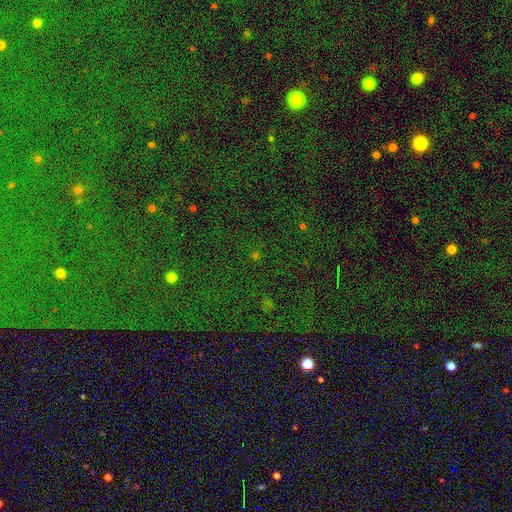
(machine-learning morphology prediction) Smooth or featured: star or artifact — 73% (smooth — 20%)